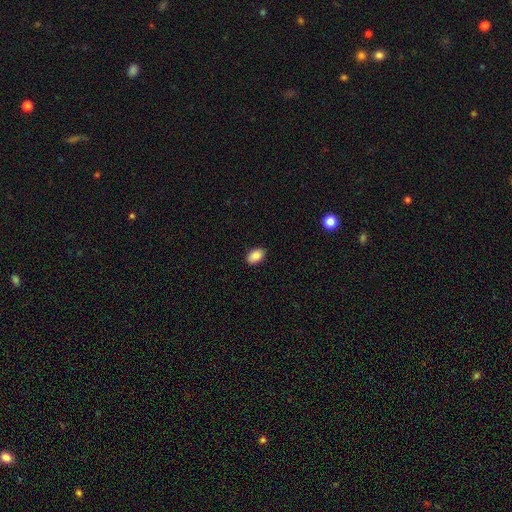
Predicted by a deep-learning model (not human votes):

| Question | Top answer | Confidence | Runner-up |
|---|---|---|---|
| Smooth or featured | smooth | 87% | star or artifact (7%) |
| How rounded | in between | 90% | round (9%) |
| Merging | none | 89% | minor disturbance (8%) |